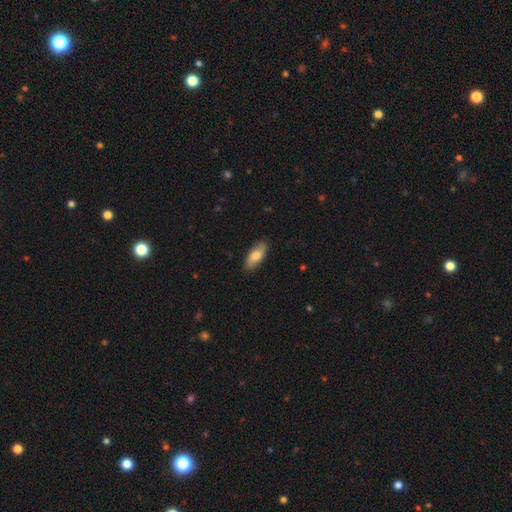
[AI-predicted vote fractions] smooth_or_featured: smooth (p=0.72) [alt: featured or disk p=0.22]
how_rounded: in between (p=0.83) [alt: cigar-shaped p=0.15]
merging: none (p=0.86) [alt: minor disturbance p=0.11]